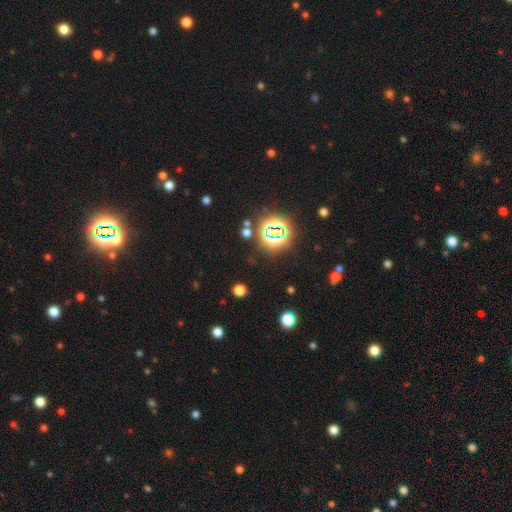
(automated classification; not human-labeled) smooth_or_featured: star or artifact (p=0.79) [alt: smooth p=0.14]